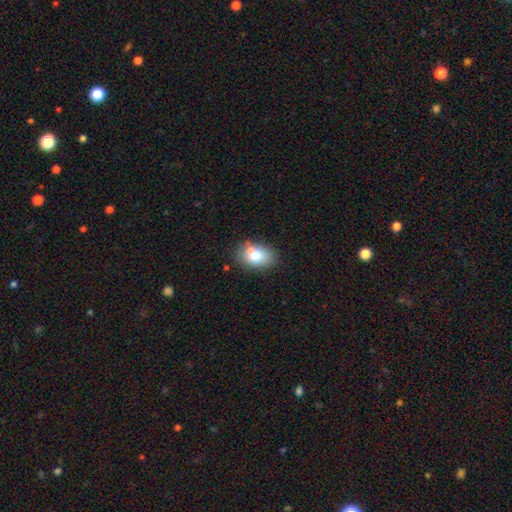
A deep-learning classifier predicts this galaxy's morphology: smooth 72%, featured or disk 19%, star or artifact 9%. Down the decision tree: how rounded — in between (79%); merging — none (61%).